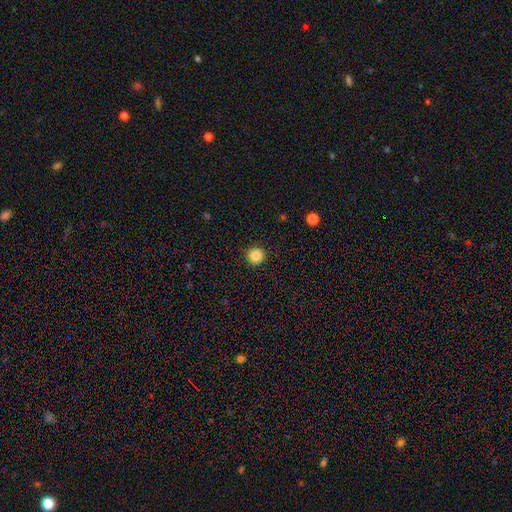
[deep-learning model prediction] Overall: smooth (86%). How rounded: round (95%). Merging: none (93%).